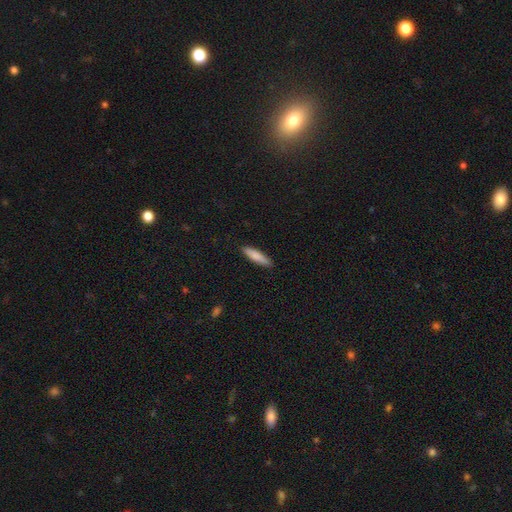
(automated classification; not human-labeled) smooth 83%, featured or disk 12%, star or artifact 6%. Down the decision tree: how rounded — cigar-shaped (78%); merging — none (89%).